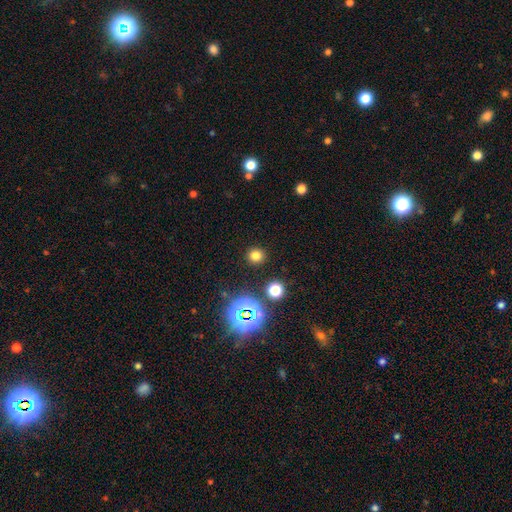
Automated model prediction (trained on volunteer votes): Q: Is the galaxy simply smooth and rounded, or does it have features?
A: smooth — 74%.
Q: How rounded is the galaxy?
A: round — 91%.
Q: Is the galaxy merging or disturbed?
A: none — 91%.